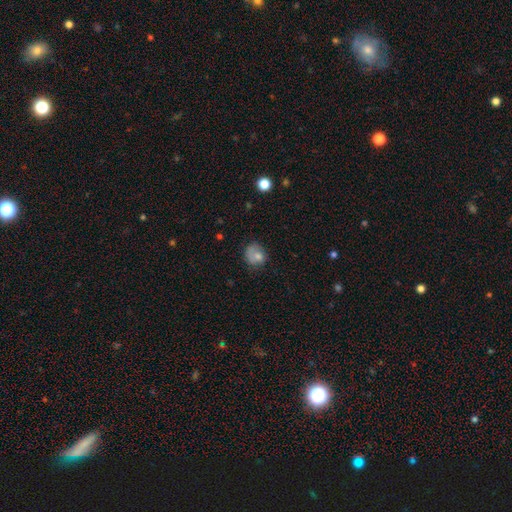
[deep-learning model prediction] Morphology: type=smooth (69%); roundness=round (62%); merging=none (48%).